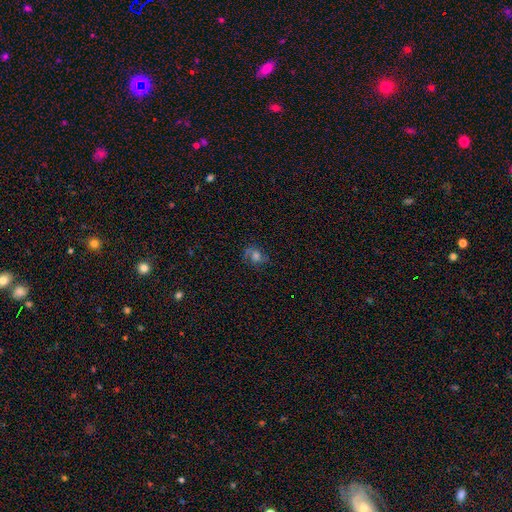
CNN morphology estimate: type=featured or disk (49%); merging=none (72%).